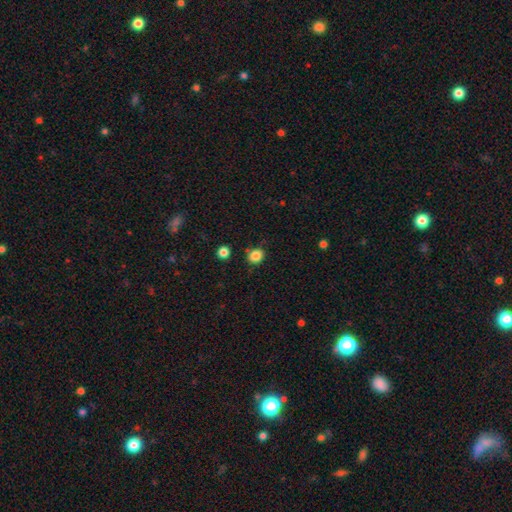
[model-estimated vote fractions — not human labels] A smooth galaxy with no disk features (85%) that is round (79%).

Vote fractions:
- Smooth or featured? smooth: 85% / star or artifact: 11% / featured or disk: 4%
- How rounded? round: 79% / in between: 20% / cigar-shaped: 1%
- Merging? none: 83% / minor disturbance: 10% / merger: 4% / major disturbance: 3%